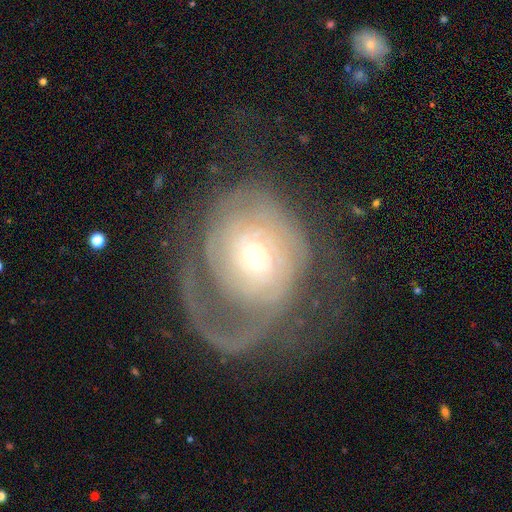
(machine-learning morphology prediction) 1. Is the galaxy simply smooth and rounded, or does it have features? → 76% featured or disk, 17% smooth, 7% star or artifact.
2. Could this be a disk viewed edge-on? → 97% no, 3% yes.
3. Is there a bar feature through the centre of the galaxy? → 73% no, 22% weak, 5% strong.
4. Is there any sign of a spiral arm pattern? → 82% yes, 18% no.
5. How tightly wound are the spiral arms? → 50% tight, 29% medium, 20% loose.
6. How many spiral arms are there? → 38% 1, 30% can't tell, 19% 2, 6% 3, 3% 4, 3% more than 4.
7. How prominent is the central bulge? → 49% small, 44% moderate, 4% large, 1% dominant, 1% none.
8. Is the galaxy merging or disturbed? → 47% major disturbance, 34% none, 16% minor disturbance, 2% merger.